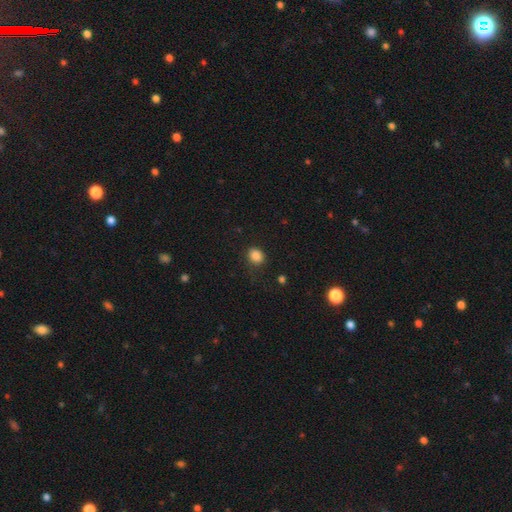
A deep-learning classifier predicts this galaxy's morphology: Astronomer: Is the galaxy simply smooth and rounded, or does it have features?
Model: smooth — 85%.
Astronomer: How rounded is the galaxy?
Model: round — 62%.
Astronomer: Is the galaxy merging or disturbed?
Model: none — 81%.